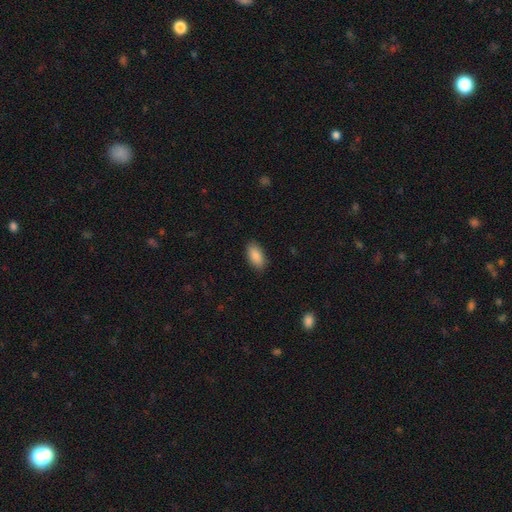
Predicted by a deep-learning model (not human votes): Smooth or featured: smooth — 88% (star or artifact — 6%)
How rounded: in between — 92% (cigar-shaped — 5%)
Merging: none — 87% (minor disturbance — 10%)